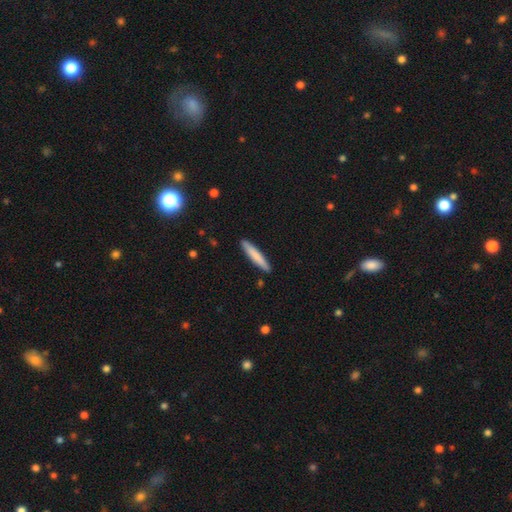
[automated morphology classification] This appears to be a smooth galaxy with no disk features (77%) that is cigar-shaped (93%). Merging: none (89%).